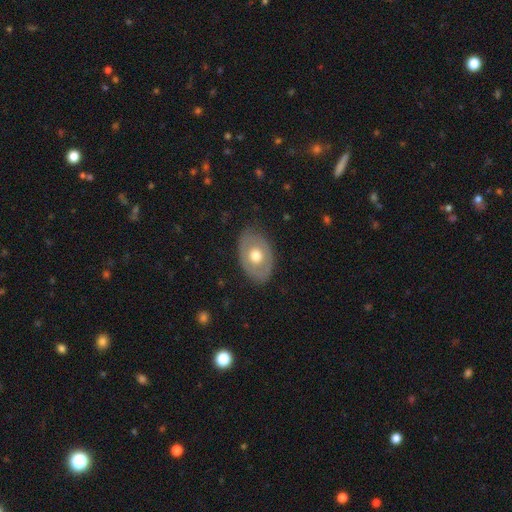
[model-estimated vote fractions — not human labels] Q: Smooth or featured?
A: smooth (51%); runner-up: featured or disk (43%)
Q: How rounded?
A: in between (80%); runner-up: round (19%)
Q: Merging?
A: none (79%); runner-up: minor disturbance (15%)